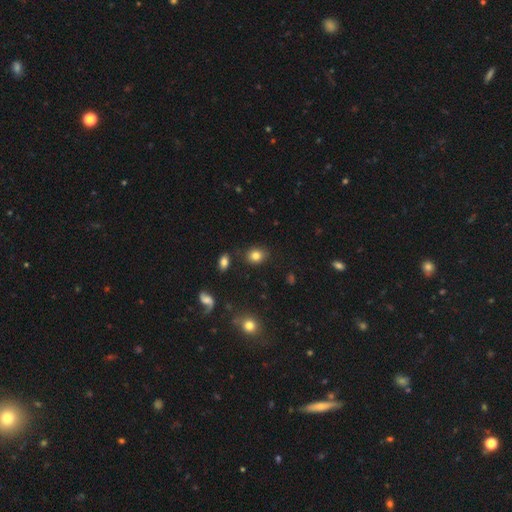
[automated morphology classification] type=smooth (82%); roundness=round (54%); merging=none (82%).